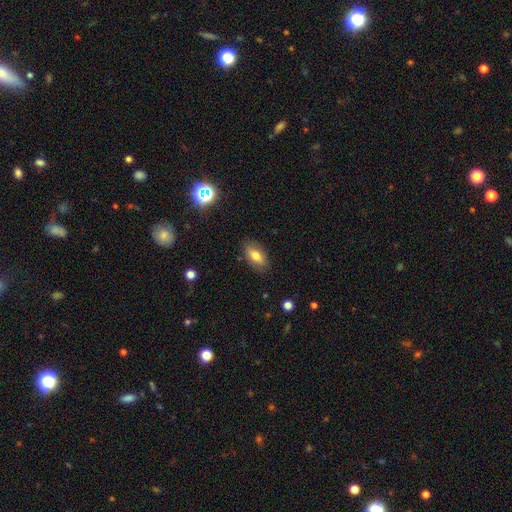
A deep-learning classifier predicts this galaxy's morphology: Q: Smooth or featured?
A: smooth (74%); runner-up: featured or disk (17%)
Q: How rounded?
A: in between (90%); runner-up: cigar-shaped (5%)
Q: Merging?
A: none (85%); runner-up: minor disturbance (11%)